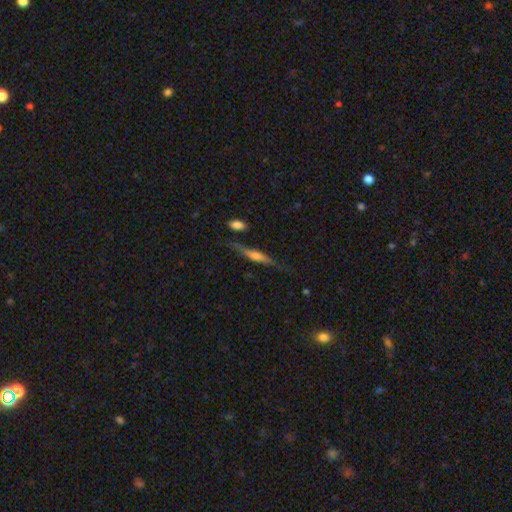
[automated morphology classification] This appears to be a featured or disk galaxy (53%) viewed edge-on (91%). Merging: none (70%).